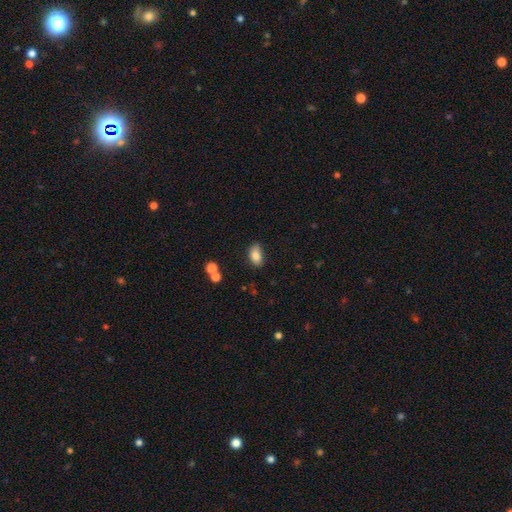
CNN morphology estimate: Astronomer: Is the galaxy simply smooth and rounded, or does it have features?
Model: smooth — 83%.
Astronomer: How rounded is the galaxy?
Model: in between — 90%.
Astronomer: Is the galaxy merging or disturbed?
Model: none — 74%.